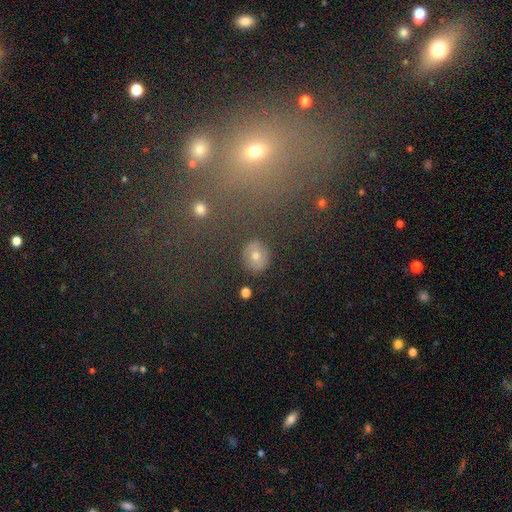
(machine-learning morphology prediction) Smooth or featured: smooth — 66% (featured or disk — 19%)
How rounded: round — 69% (in between — 30%)
Merging: none — 86% (minor disturbance — 9%)